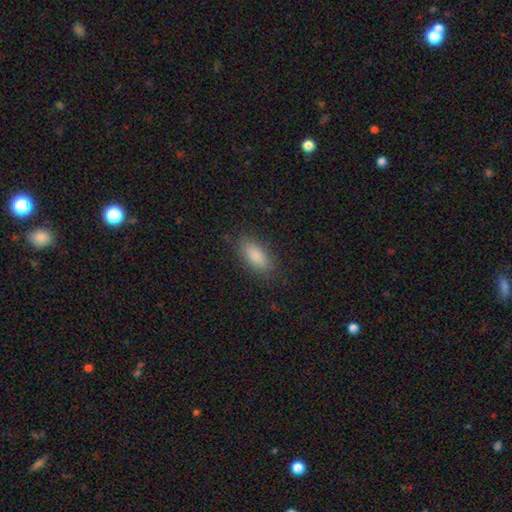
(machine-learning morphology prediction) A smooth galaxy with no disk features (86%) that is in between round and cigar-shaped (84%). Merging: none (84%).